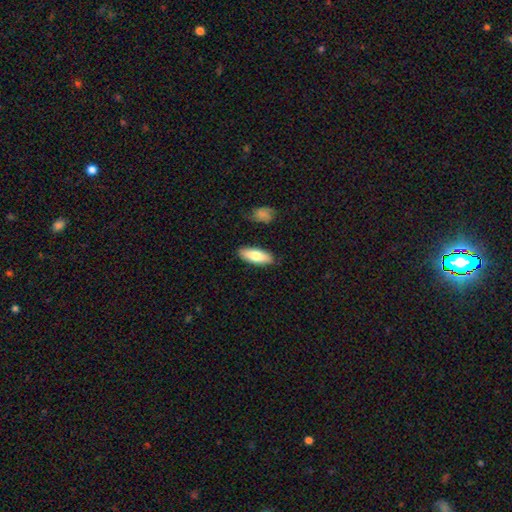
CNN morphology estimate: This is likely a smooth galaxy (77%). How rounded: likely in between (72%). Merging: clearly none (86%).